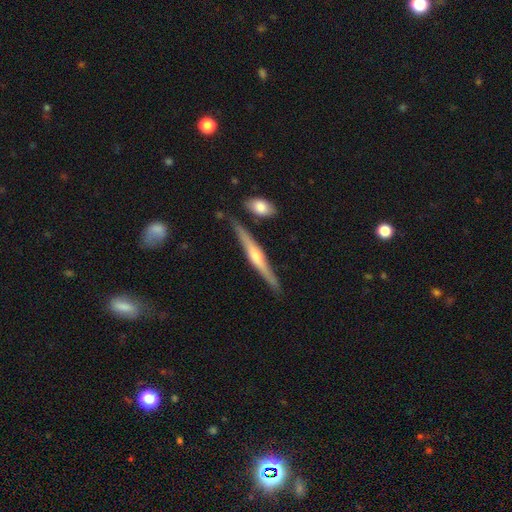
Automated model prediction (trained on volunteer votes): smooth-or-featured: featured or disk: 80% | smooth: 14% | star or artifact: 6%
  disk-edge-on: yes: 98% | no: 2%
    edge-on-bulge: rounded: 83% | boxy: 9% | none: 8%
  merging: none: 85% | minor disturbance: 9% | merger: 3% | major disturbance: 2%